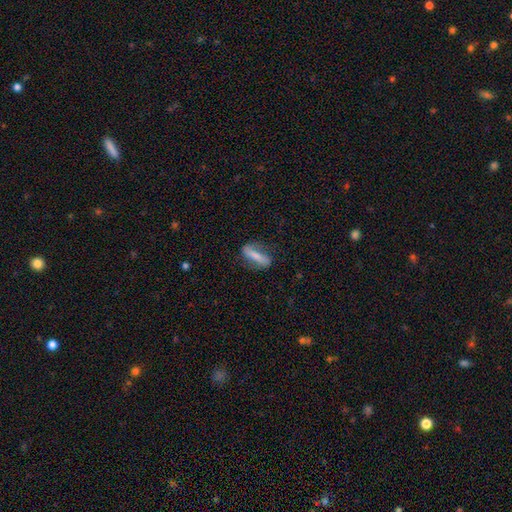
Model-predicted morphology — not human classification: This appears to be a smooth galaxy with no disk features (59%) that is cigar-shaped (57%). Merging: none (70%).